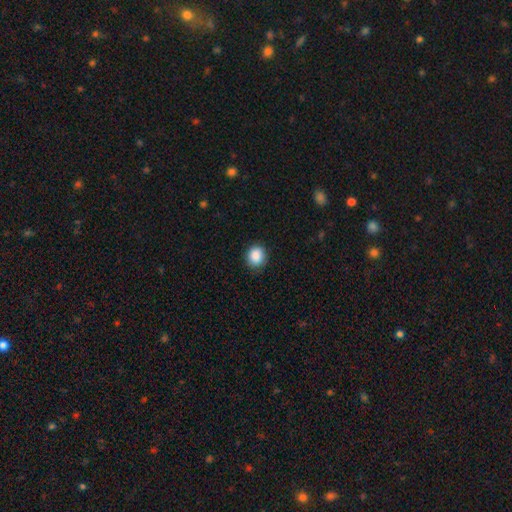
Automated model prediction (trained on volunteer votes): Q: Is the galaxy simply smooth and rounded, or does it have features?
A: smooth — 89%.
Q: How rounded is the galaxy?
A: round — 81%.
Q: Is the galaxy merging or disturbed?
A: none — 87%.